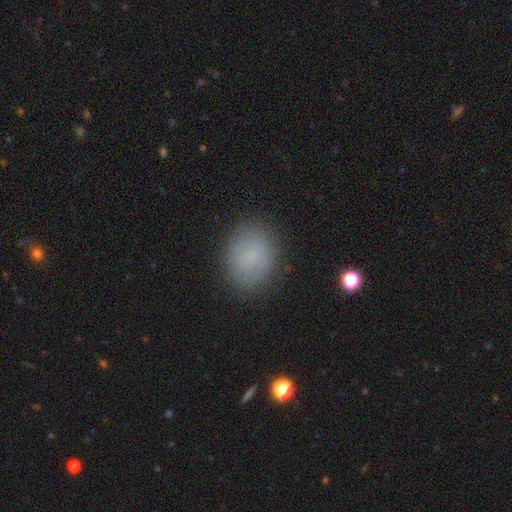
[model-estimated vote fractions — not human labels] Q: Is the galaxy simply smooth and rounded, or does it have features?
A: smooth — 79%.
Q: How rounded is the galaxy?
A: in between — 50%.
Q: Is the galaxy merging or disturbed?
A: none — 87%.